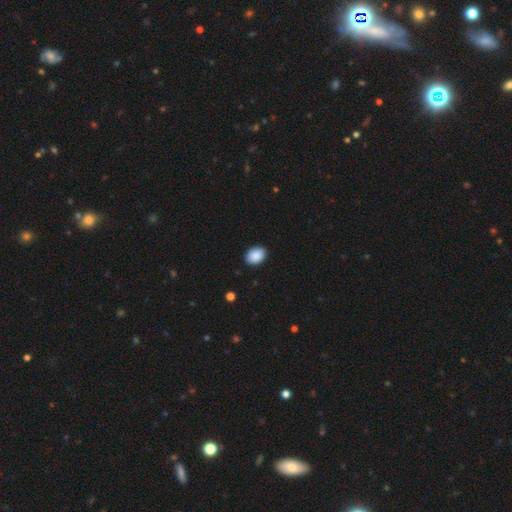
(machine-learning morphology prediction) Smooth or featured: smooth — 90% (star or artifact — 7%)
How rounded: in between — 80% (round — 19%)
Merging: none — 90% (minor disturbance — 7%)